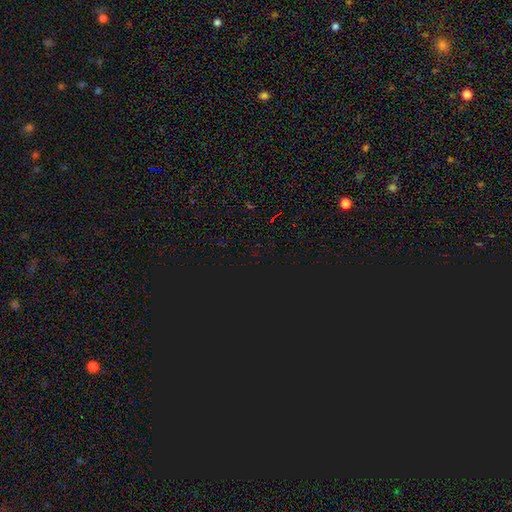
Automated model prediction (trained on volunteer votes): Smooth or featured: star or artifact — 81% (smooth — 13%)